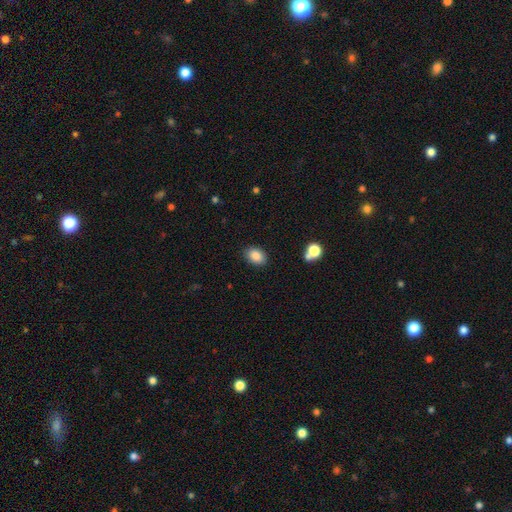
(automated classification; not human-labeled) Q: Smooth or featured?
A: smooth (87%); runner-up: star or artifact (9%)
Q: How rounded?
A: in between (74%); runner-up: round (25%)
Q: Merging?
A: none (87%); runner-up: minor disturbance (9%)